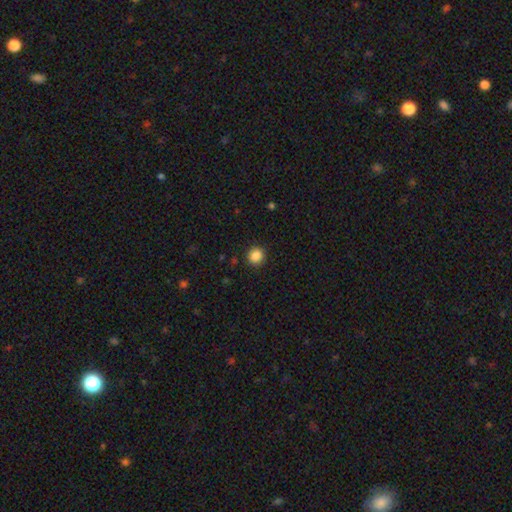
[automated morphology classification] Q: Smooth or featured?
A: smooth (87%); runner-up: star or artifact (10%)
Q: How rounded?
A: round (90%); runner-up: in between (9%)
Q: Merging?
A: none (91%); runner-up: minor disturbance (6%)